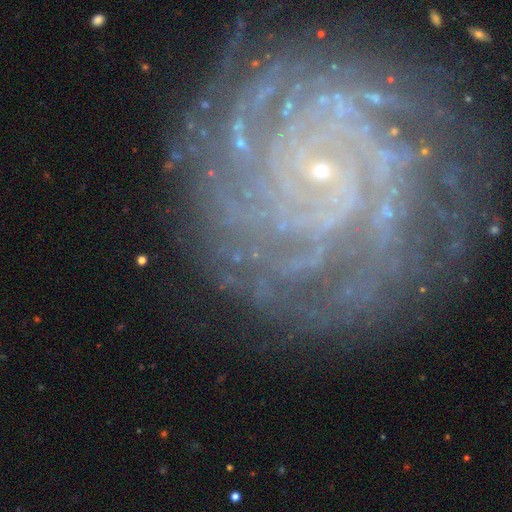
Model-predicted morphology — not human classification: This is clearly a featured or disk galaxy (88%). It is clearly not viewed edge-on (98%). Bar: likely no (66%). Spiral arm pattern: clearly yes (98%). Spiral arm count: marginally more than 4 (26%). Spiral winding: likely tight (80%). Central bulge: clearly small (88%). Merging: likely none (76%).